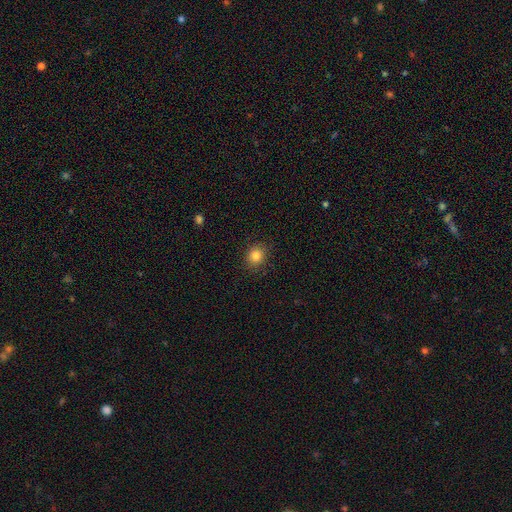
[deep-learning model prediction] Morphology: type=smooth (83%); roundness=round (77%); merging=none (88%).